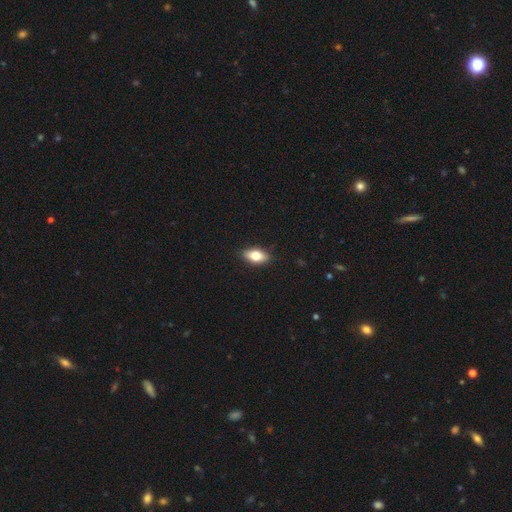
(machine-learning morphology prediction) The model was most divided on "smooth or featured": smooth: 72%, featured or disk: 21%, star or artifact: 7%. More confident: merging — none (88%); how rounded — in between (85%).